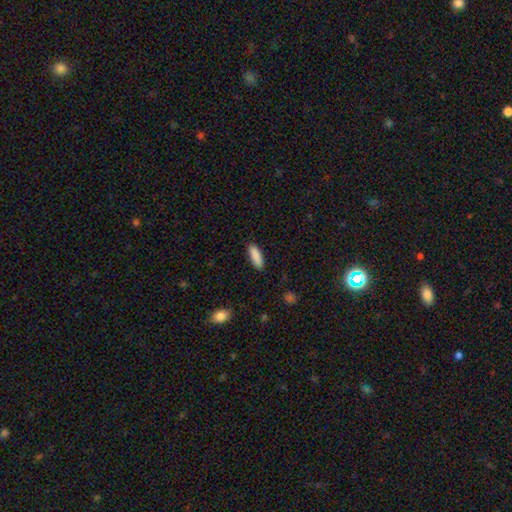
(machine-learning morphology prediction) This is clearly a smooth galaxy (90%). How rounded: possibly in between (58%). Merging: clearly none (88%).